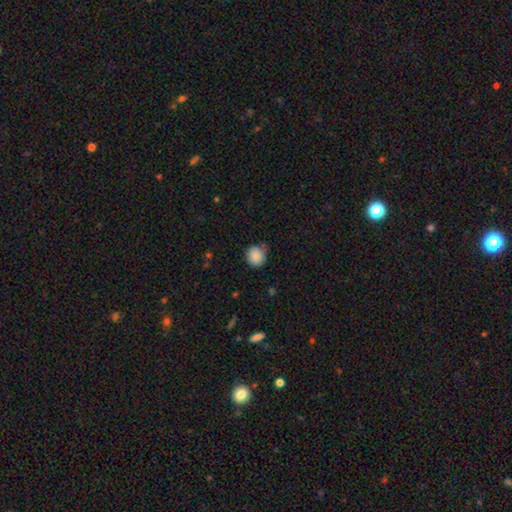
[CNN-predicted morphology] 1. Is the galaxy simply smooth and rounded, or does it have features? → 86% smooth, 9% star or artifact, 5% featured or disk.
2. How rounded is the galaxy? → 88% round, 11% in between, 1% cigar-shaped.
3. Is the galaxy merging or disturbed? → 74% none, 20% minor disturbance, 4% major disturbance, 3% merger.